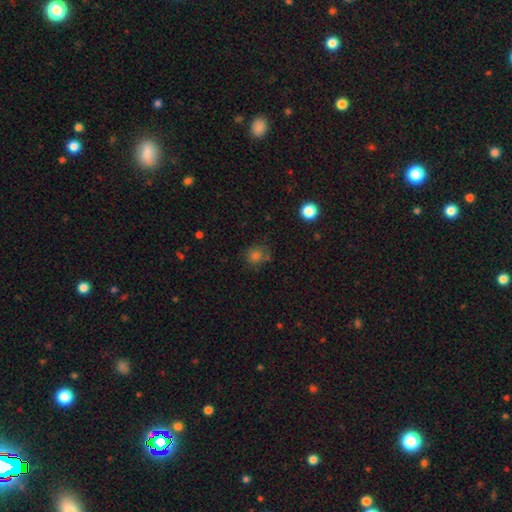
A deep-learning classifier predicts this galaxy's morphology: A smooth galaxy with no disk features (70%) that is round (82%).

Vote fractions:
- Smooth or featured? smooth: 70% / star or artifact: 21% / featured or disk: 9%
- How rounded? round: 82% / in between: 17% / cigar-shaped: 1%
- Merging? none: 69% / minor disturbance: 18% / major disturbance: 8% / merger: 6%